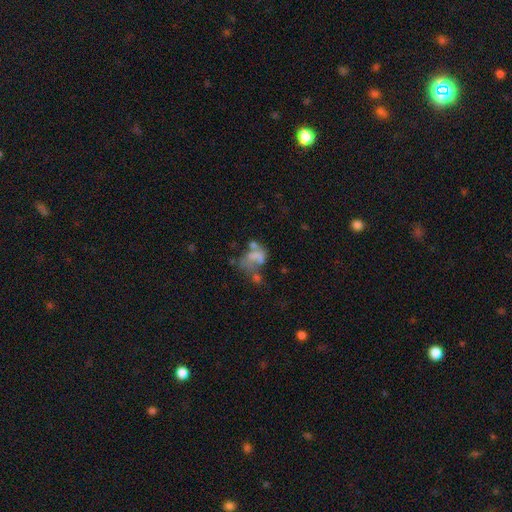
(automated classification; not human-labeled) Smooth or featured?
  - smooth: 45% *
  - featured or disk: 40%
  - star or artifact: 16%
Merging?
  - merger: 39% *
  - major disturbance: 30%
  - none: 18%
  - minor disturbance: 13%